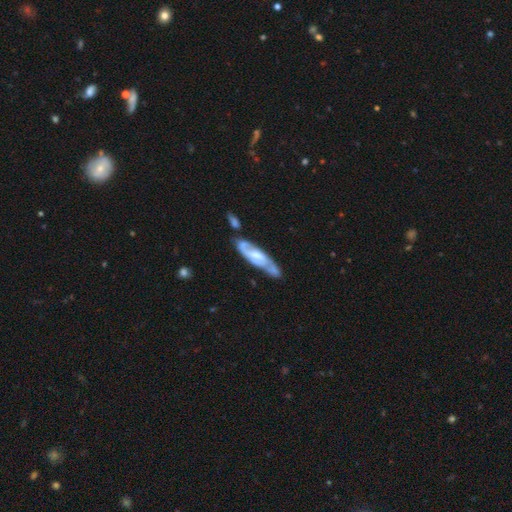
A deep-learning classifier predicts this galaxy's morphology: Smooth or featured? Predicted: featured or disk (p=0.76). Edge-on disk? Predicted: no (p=0.79). Bar? Predicted: weak (p=0.47). Spiral arms? Predicted: yes (p=0.89). Spiral winding? Predicted: medium (p=0.46). Spiral arm count? Predicted: 2 (p=0.72). Bulge size? Predicted: moderate (p=0.42). Merging? Predicted: none (p=0.62).